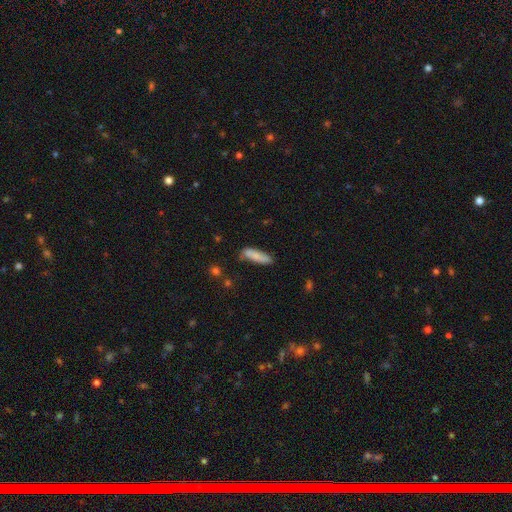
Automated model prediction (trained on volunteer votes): Smooth or featured: smooth — 75% (featured or disk — 19%)
How rounded: cigar-shaped — 58% (in between — 40%)
Merging: none — 67% (minor disturbance — 22%)